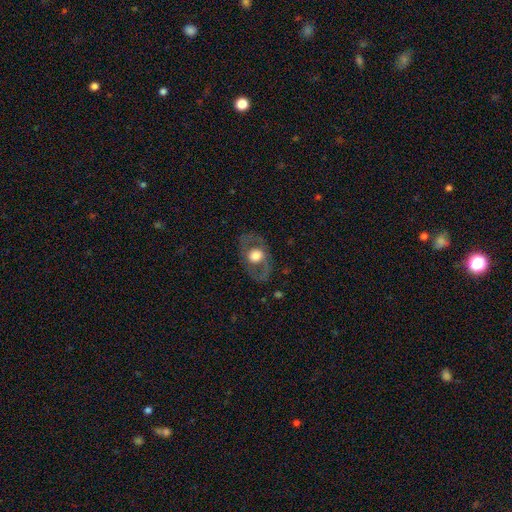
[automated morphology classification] smooth_or_featured: featured or disk (p=0.56) [alt: smooth p=0.37]
disk_edge_on: no (p=0.90) [alt: yes p=0.10]
bar: no (p=0.83) [alt: weak p=0.14]
has_spiral_arms: no (p=0.71) [alt: yes p=0.29]
bulge_size: large (p=0.53) [alt: moderate p=0.34]
merging: none (p=0.77) [alt: minor disturbance p=0.13]